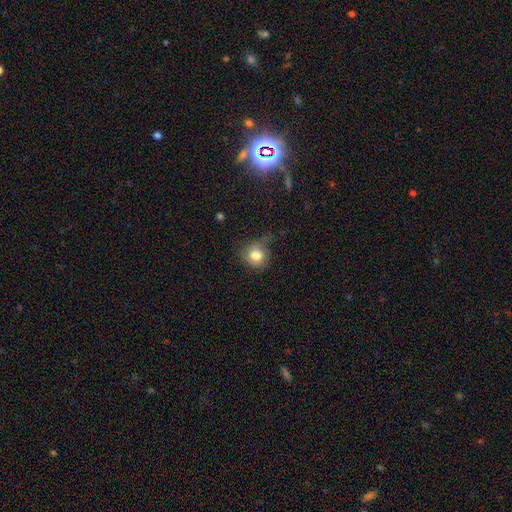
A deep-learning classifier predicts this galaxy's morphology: type=smooth (80%); roundness=round (86%); merging=none (56%).